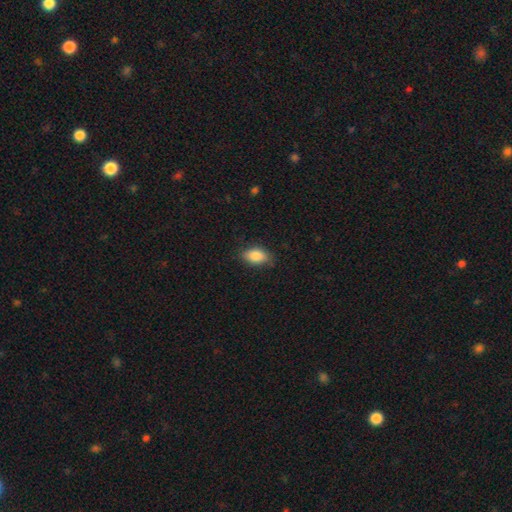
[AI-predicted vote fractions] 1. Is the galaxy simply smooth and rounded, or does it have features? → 87% smooth, 7% star or artifact, 6% featured or disk.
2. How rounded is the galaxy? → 90% in between, 7% round, 3% cigar-shaped.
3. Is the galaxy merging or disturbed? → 81% none, 15% minor disturbance, 3% major disturbance, 1% merger.